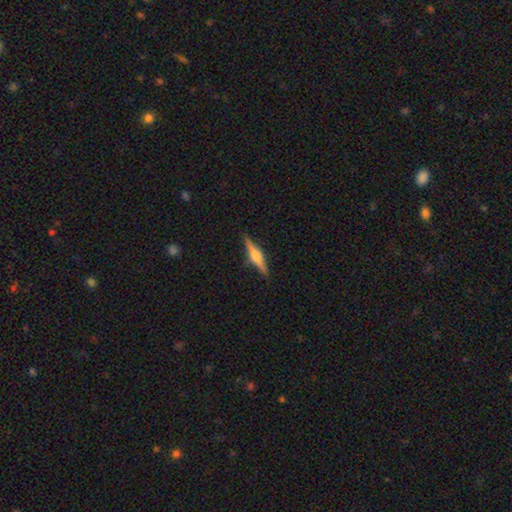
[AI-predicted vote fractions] Smooth or featured? Predicted: featured or disk (p=0.69). Edge-on disk? Predicted: yes (p=0.98). Edge-on bulge? Predicted: rounded (p=0.89). Merging? Predicted: none (p=0.89).